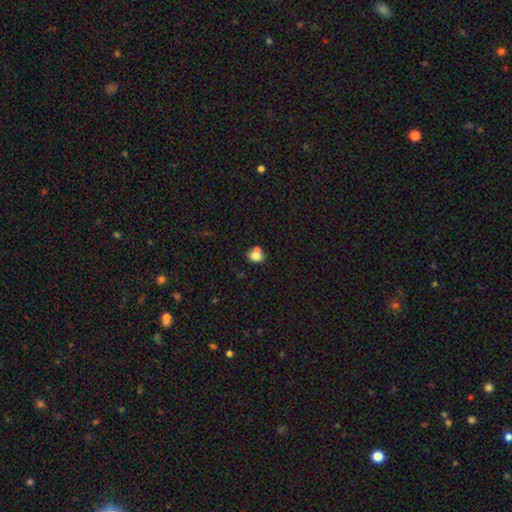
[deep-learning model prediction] smooth 78%, featured or disk 12%, star or artifact 10%. Down the decision tree: how rounded — round (60%); merging — none (51%).